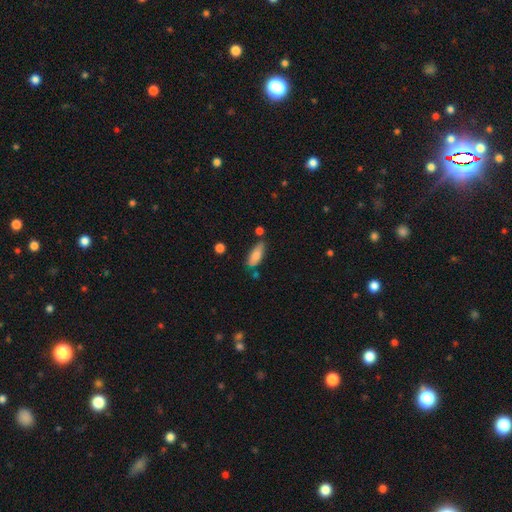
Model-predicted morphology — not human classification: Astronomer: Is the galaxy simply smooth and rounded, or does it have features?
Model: smooth — 81%.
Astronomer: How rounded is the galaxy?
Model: in between — 72%.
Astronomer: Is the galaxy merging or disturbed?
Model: none — 69%.